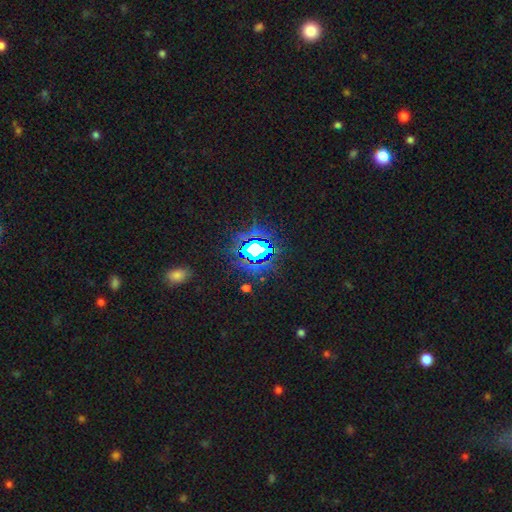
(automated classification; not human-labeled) A star or artifact, not a galaxy (78%).